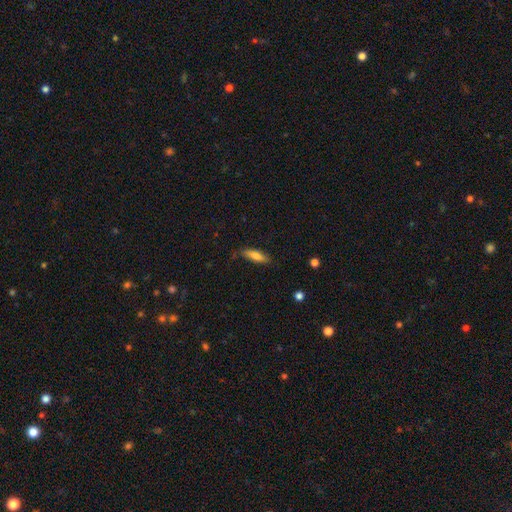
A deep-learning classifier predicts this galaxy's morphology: smooth_or_featured: smooth (p=0.72) [alt: featured or disk p=0.21]
how_rounded: cigar-shaped (p=0.59) [alt: in between p=0.39]
merging: none (p=0.75) [alt: minor disturbance p=0.19]